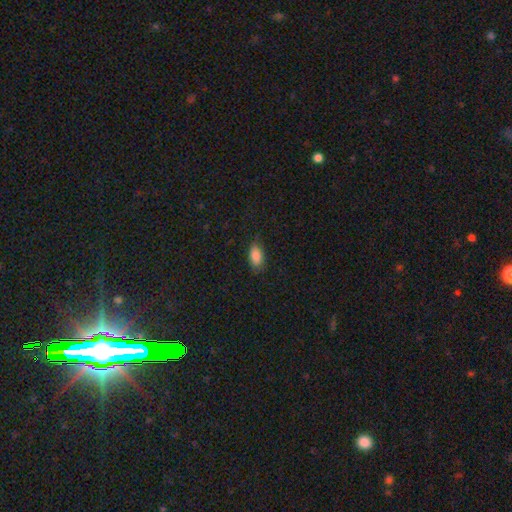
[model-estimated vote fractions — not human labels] A smooth galaxy with no disk features (87%) that is in between round and cigar-shaped (91%). Merging: none (78%).